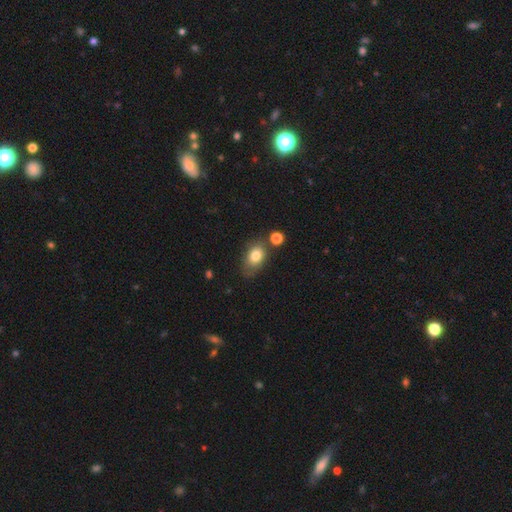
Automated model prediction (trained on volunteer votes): Smooth or featured?
  - smooth: 79% *
  - featured or disk: 12%
  - star or artifact: 9%
How rounded?
  - in between: 79% *
  - round: 20%
  - cigar-shaped: 2%
Merging?
  - none: 60% *
  - minor disturbance: 22%
  - merger: 12%
  - major disturbance: 7%